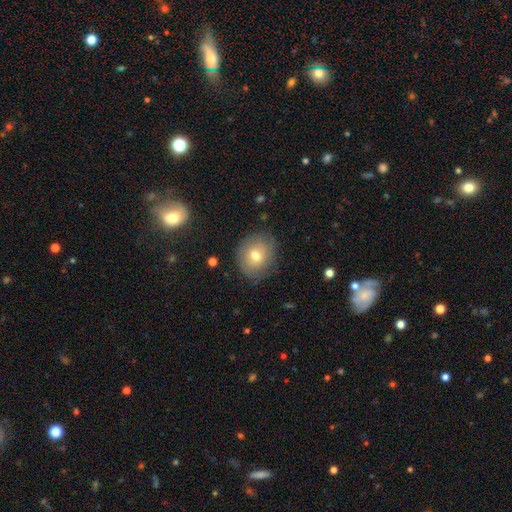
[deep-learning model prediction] This is likely a smooth galaxy (69%). How rounded: likely round (77%). Merging: clearly none (81%).